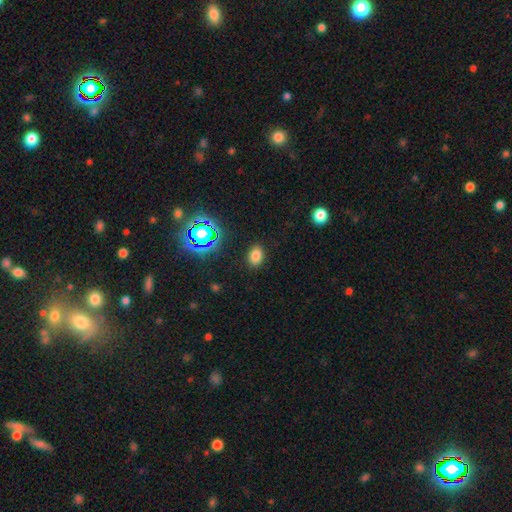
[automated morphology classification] A smooth galaxy with no disk features (76%) that is in between round and cigar-shaped (80%).

Vote fractions:
- Smooth or featured? smooth: 76% / star or artifact: 18% / featured or disk: 6%
- How rounded? in between: 80% / round: 19% / cigar-shaped: 1%
- Merging? none: 87% / minor disturbance: 9% / major disturbance: 3% / merger: 1%